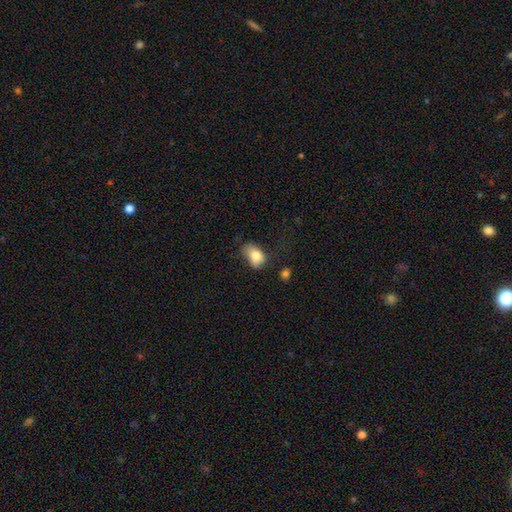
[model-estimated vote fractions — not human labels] A smooth galaxy with no disk features (82%) that is in between round and cigar-shaped (86%). Merging: none (41%).